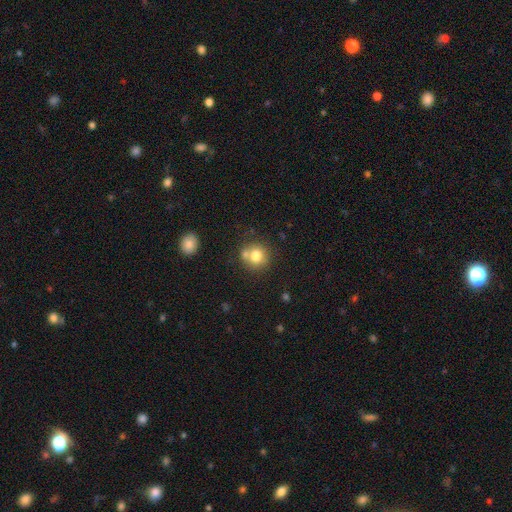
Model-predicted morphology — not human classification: smooth-or-featured: smooth: 77% | featured or disk: 13% | star or artifact: 11%
  how-rounded: round: 88% | in between: 11% | cigar-shaped: 1%
  merging: none: 60% | merger: 27% | minor disturbance: 10% | major disturbance: 3%